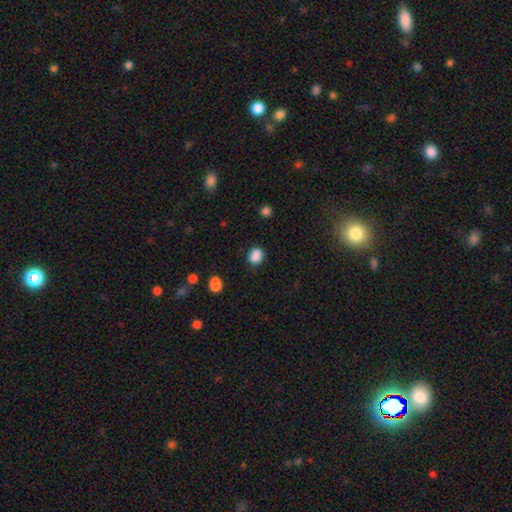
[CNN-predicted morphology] This appears to be a smooth galaxy with no disk features (87%) that is round (52%). Merging: none (79%).